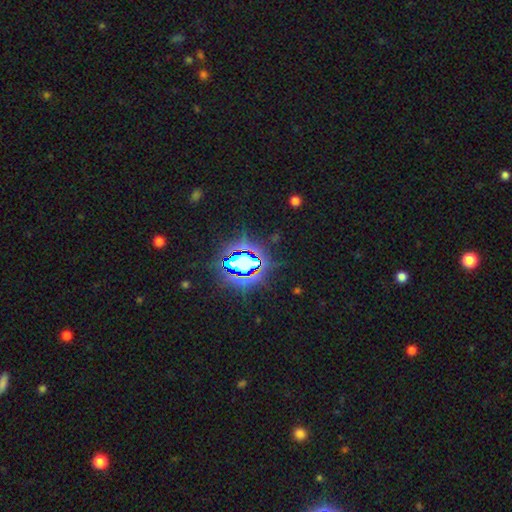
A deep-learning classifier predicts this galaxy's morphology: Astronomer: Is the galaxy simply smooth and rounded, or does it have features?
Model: star or artifact — 79%.